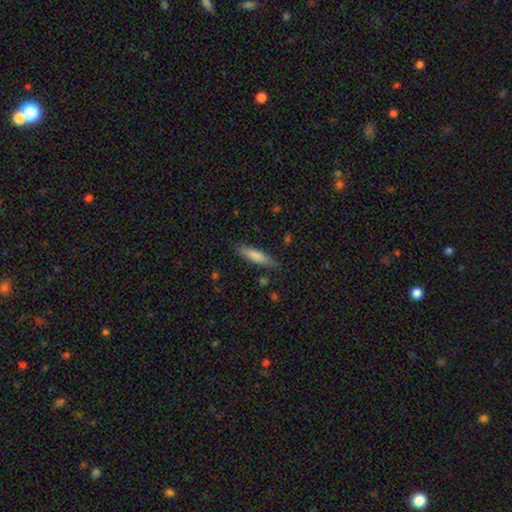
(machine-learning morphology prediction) Q: Smooth or featured?
A: smooth (78%); runner-up: featured or disk (16%)
Q: How rounded?
A: cigar-shaped (77%); runner-up: in between (21%)
Q: Merging?
A: none (82%); runner-up: minor disturbance (13%)